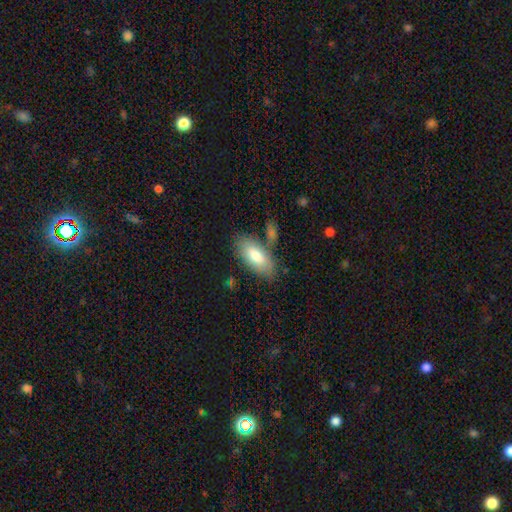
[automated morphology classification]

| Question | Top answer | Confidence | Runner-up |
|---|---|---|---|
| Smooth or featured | smooth | 76% | featured or disk (18%) |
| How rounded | in between | 90% | cigar-shaped (8%) |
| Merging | none | 70% | minor disturbance (15%) |